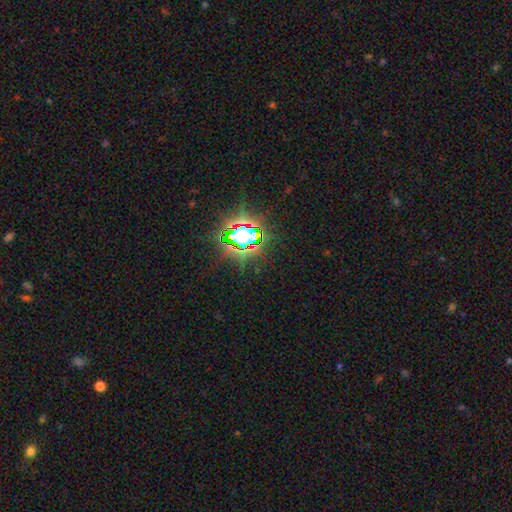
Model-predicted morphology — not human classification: Overall: star or artifact (83%).